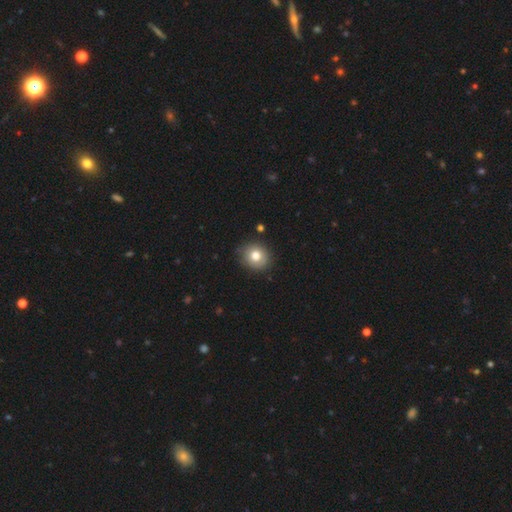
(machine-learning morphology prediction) smooth_or_featured: smooth (p=0.78) [alt: featured or disk p=0.13]
how_rounded: round (p=0.82) [alt: in between p=0.17]
merging: none (p=0.86) [alt: minor disturbance p=0.11]